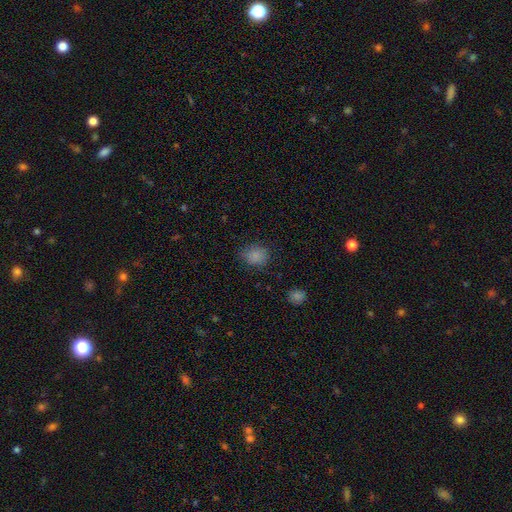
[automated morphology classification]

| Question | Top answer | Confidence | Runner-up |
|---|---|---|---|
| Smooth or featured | smooth | 83% | star or artifact (12%) |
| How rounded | round | 62% | in between (37%) |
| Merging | none | 78% | minor disturbance (16%) |